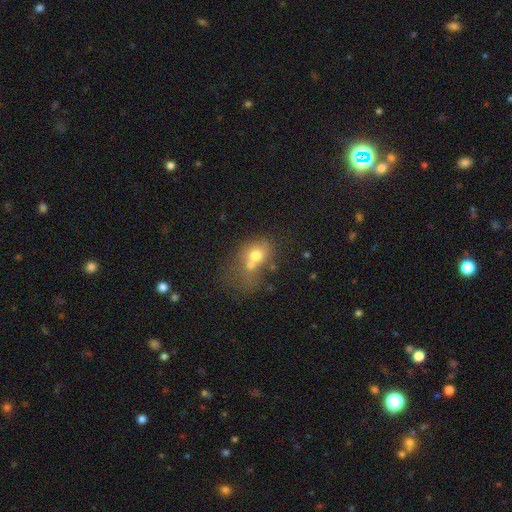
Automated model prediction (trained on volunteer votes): This is likely a smooth galaxy (64%). How rounded: possibly in between (50%). Merging: possibly merger (57%).